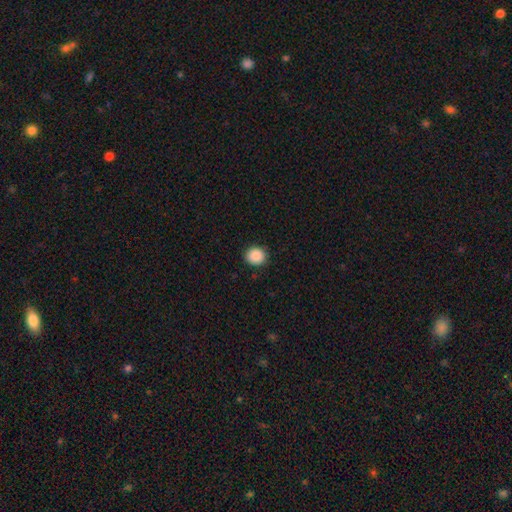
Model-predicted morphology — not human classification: The model was most divided on "how rounded": round: 81%, in between: 18%, cigar-shaped: 1%. More confident: merging — none (90%); smooth or featured — smooth (89%).